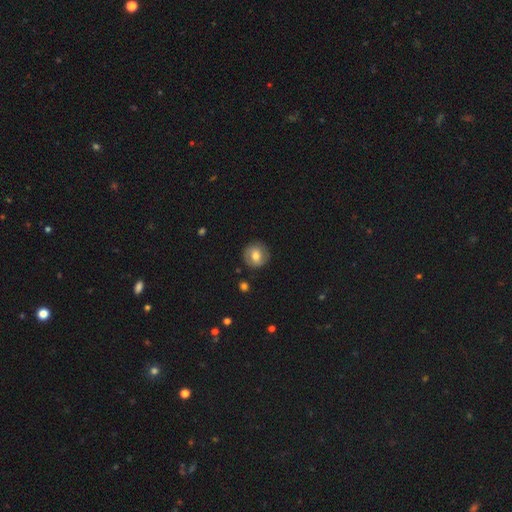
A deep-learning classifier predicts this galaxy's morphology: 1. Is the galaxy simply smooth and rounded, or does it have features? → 61% smooth, 31% featured or disk, 8% star or artifact.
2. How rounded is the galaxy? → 88% round, 12% in between, 1% cigar-shaped.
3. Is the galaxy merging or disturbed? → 84% none, 11% minor disturbance, 3% major disturbance, 2% merger.